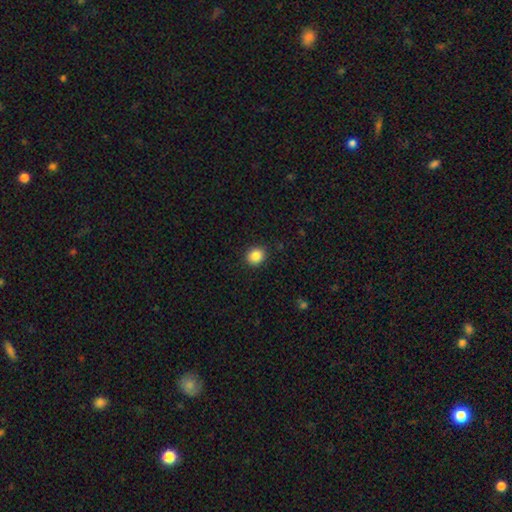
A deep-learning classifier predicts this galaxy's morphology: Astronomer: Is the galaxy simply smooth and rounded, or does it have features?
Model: smooth — 86%.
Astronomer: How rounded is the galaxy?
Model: round — 77%.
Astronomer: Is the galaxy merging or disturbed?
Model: none — 90%.